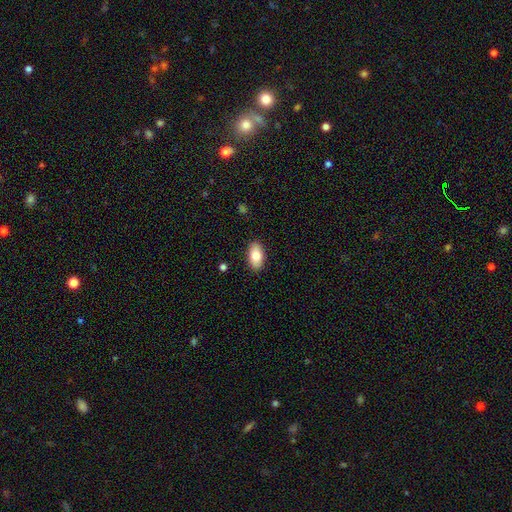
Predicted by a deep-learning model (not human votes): Overall: smooth (80%). How rounded: in between (92%). Merging: none (89%).